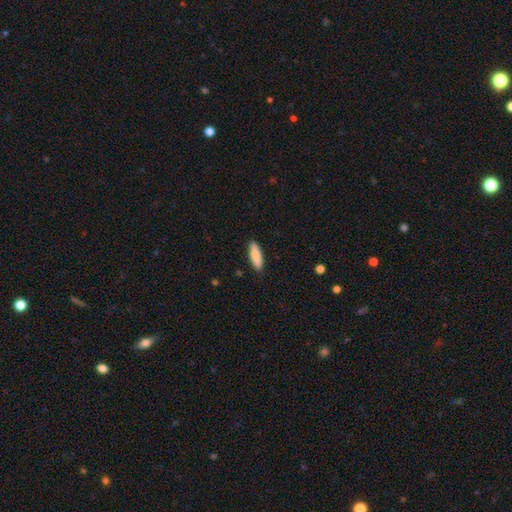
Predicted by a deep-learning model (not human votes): smooth_or_featured: smooth (p=0.83) [alt: featured or disk p=0.12]
how_rounded: cigar-shaped (p=0.52) [alt: in between p=0.46]
merging: none (p=0.89) [alt: minor disturbance p=0.08]